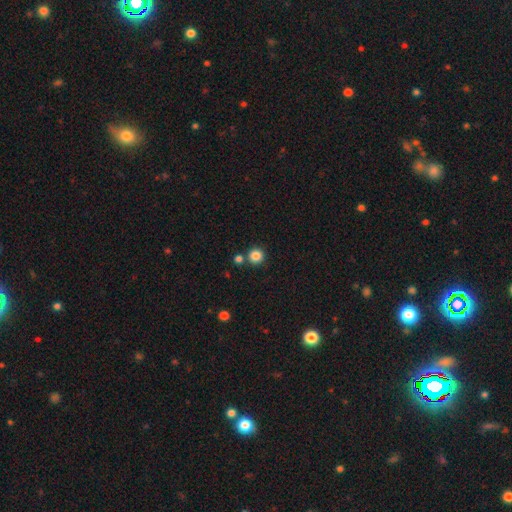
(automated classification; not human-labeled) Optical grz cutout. It shows a smooth galaxy with no disk features (85%) that is round (93%). Merging: none (80%).